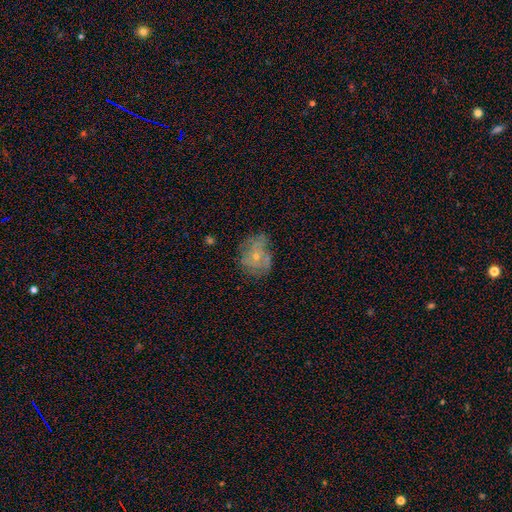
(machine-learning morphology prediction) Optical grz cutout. It shows a featured or disk galaxy (54%) with no bar (84%), spiral arms (63%) and a small central bulge (65%). Merging: none (57%).